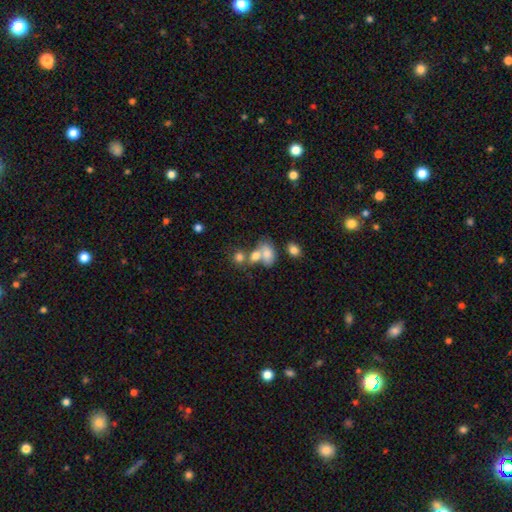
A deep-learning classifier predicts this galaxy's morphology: A smooth galaxy with no disk features (72%) that is in between round and cigar-shaped (66%). Merging: merger (53%).